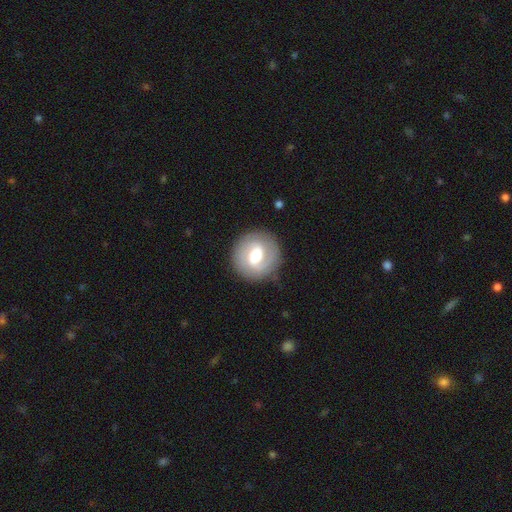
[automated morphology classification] Q: Smooth or featured?
A: featured or disk (65%); runner-up: smooth (29%)
Q: Edge-on disk?
A: no (97%); runner-up: yes (3%)
Q: Bar?
A: weak (52%); runner-up: strong (24%)
Q: Spiral arms?
A: yes (79%); runner-up: no (21%)
Q: Spiral winding?
A: tight (44%); runner-up: medium (38%)
Q: Spiral arm count?
A: 2 (76%); runner-up: can't tell (12%)
Q: Bulge size?
A: moderate (68%); runner-up: small (15%)
Q: Merging?
A: none (85%); runner-up: minor disturbance (9%)